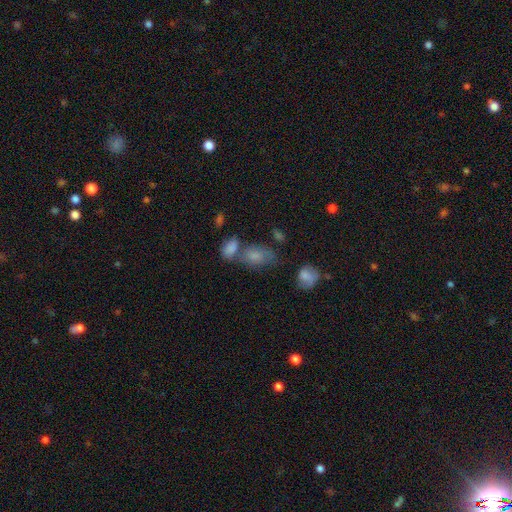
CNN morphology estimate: Smooth or featured? smooth (77%)
How rounded? in between (87%)
Merging? none (38%)